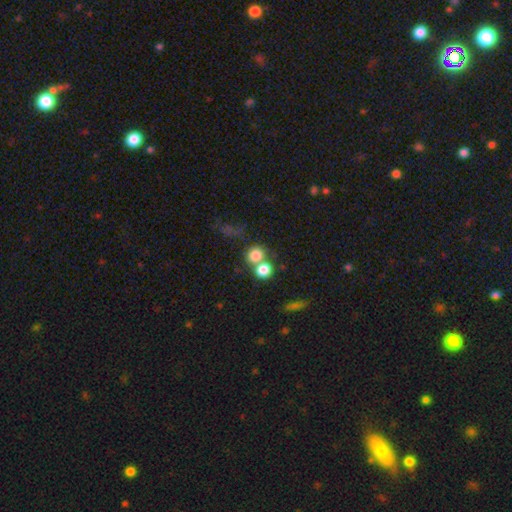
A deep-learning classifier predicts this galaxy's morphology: Q: Smooth or featured?
A: smooth (78%); runner-up: star or artifact (12%)
Q: How rounded?
A: round (77%); runner-up: in between (21%)
Q: Merging?
A: merger (50%); runner-up: none (37%)